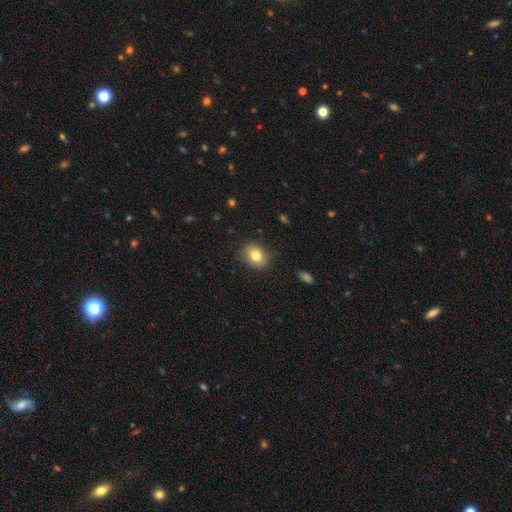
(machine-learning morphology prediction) type=smooth (80%); roundness=round (51%); merging=none (84%).